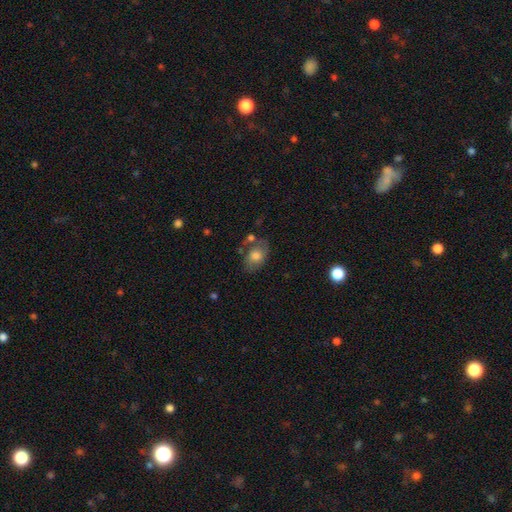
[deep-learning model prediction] This appears to be a smooth galaxy with no disk features (61%) that is in between round and cigar-shaped (79%). Merging: none (52%).